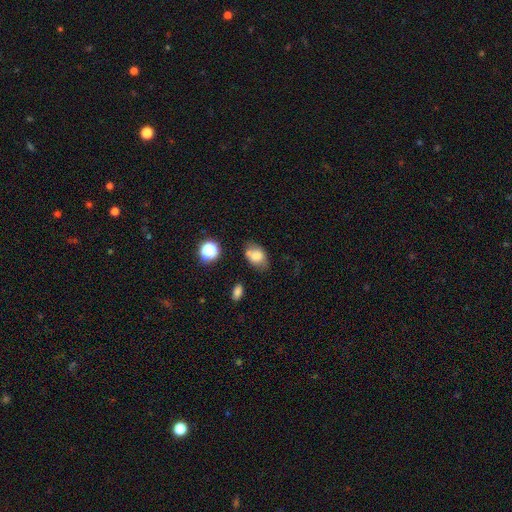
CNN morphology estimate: This appears to be a smooth galaxy with no disk features (74%) that is in between round and cigar-shaped (77%). Merging: none (55%).